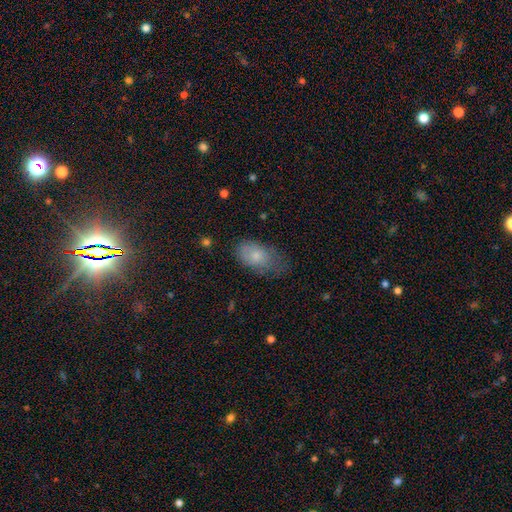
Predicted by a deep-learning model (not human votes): Q: Smooth or featured?
A: smooth (77%); runner-up: featured or disk (16%)
Q: How rounded?
A: in between (90%); runner-up: round (8%)
Q: Merging?
A: none (45%); runner-up: minor disturbance (36%)